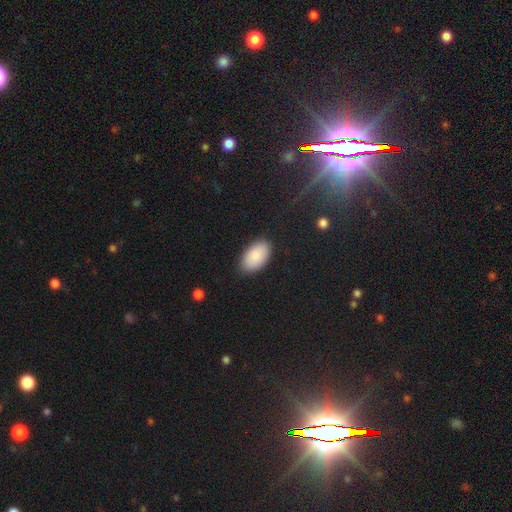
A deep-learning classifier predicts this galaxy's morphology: A smooth galaxy with no disk features (89%) that is in between round and cigar-shaped (96%). Merging: none (87%).